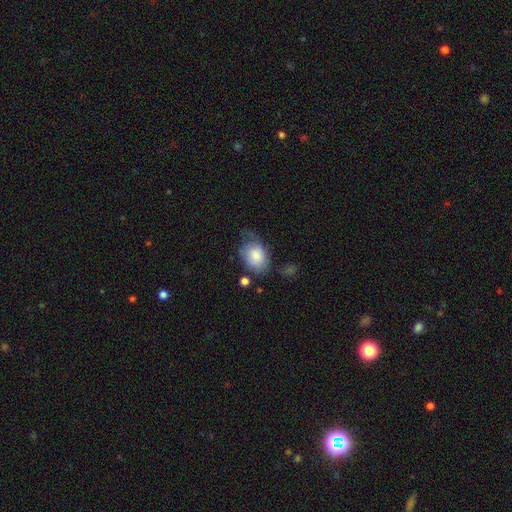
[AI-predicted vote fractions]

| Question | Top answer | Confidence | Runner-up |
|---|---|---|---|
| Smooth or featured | smooth | 77% | featured or disk (15%) |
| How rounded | in between | 71% | round (28%) |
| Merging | none | 38% | minor disturbance (34%) |